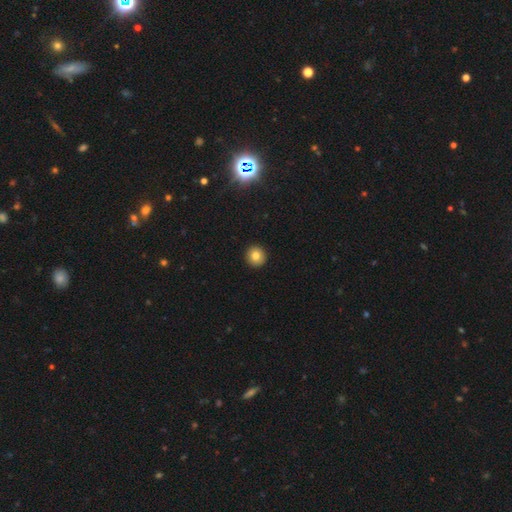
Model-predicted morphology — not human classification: A smooth galaxy with no disk features (80%) that is round (95%).

Vote fractions:
- Smooth or featured? smooth: 80% / star or artifact: 10% / featured or disk: 9%
- How rounded? round: 95% / in between: 4% / cigar-shaped: 1%
- Merging? none: 93% / minor disturbance: 4% / major disturbance: 1% / merger: 1%